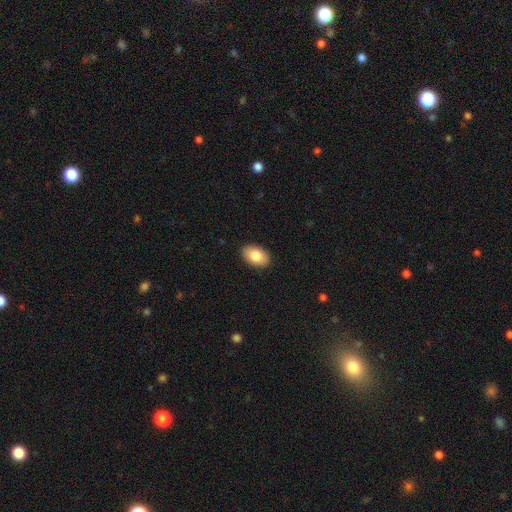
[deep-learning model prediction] smooth_or_featured: smooth (p=0.83) [alt: featured or disk p=0.10]
how_rounded: in between (p=0.91) [alt: round p=0.07]
merging: none (p=0.90) [alt: minor disturbance p=0.08]